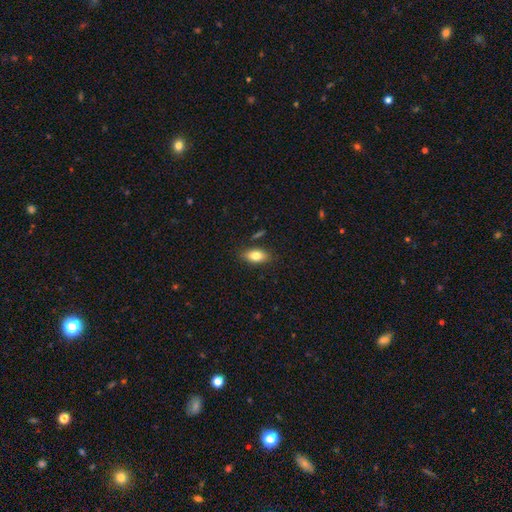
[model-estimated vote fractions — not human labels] Smooth or featured: smooth — 80% (featured or disk — 12%)
How rounded: in between — 88% (round — 6%)
Merging: none — 83% (minor disturbance — 11%)